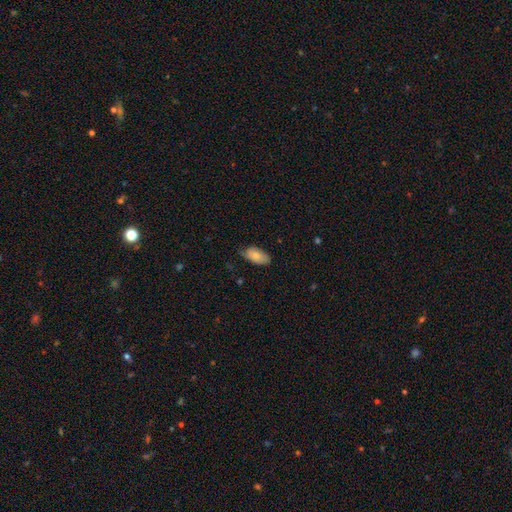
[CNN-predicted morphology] Smooth or featured: smooth — 80% (featured or disk — 14%)
How rounded: in between — 93% (cigar-shaped — 3%)
Merging: none — 69% (minor disturbance — 26%)